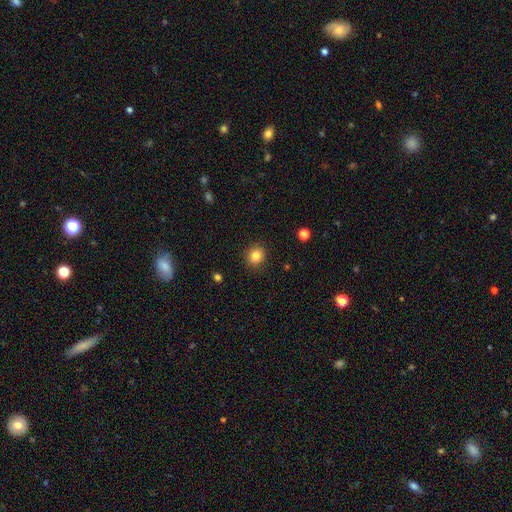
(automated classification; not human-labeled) This is clearly a smooth galaxy (84%). How rounded: likely round (78%). Merging: clearly none (90%).